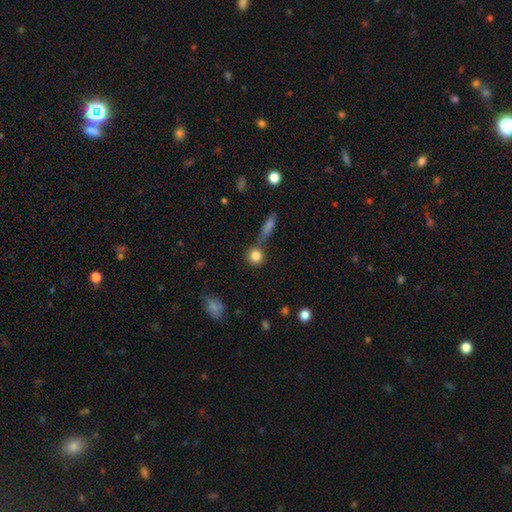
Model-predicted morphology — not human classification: smooth_or_featured: smooth (p=0.83) [alt: star or artifact p=0.10]
how_rounded: round (p=0.87) [alt: in between p=0.10]
merging: none (p=0.68) [alt: merger p=0.18]